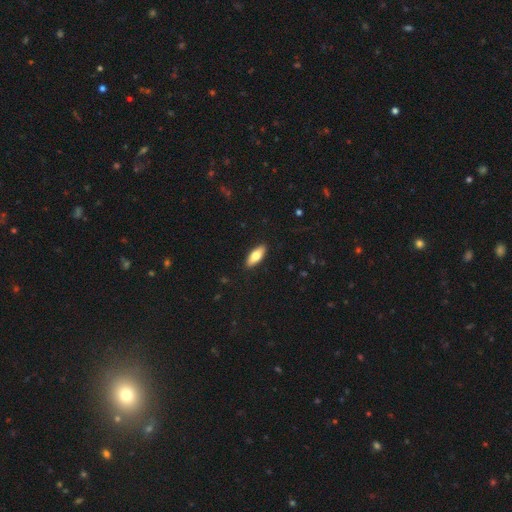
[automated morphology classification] This is likely a smooth galaxy (73%). How rounded: likely in between (73%). Merging: clearly none (90%).